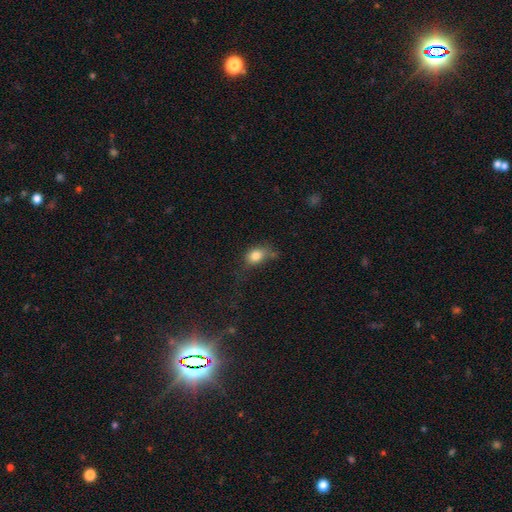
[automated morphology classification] The model was most divided on "merging": none: 40%, minor disturbance: 32%, major disturbance: 20%, merger: 7%. More confident: smooth or featured — smooth (81%); how rounded — in between (70%).